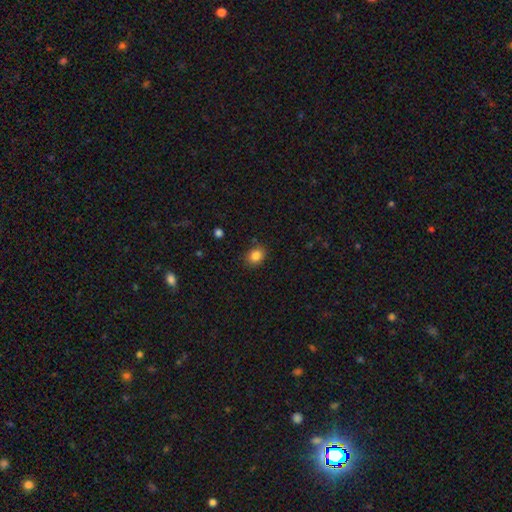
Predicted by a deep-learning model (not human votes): smooth 84%, star or artifact 10%, featured or disk 6%. Down the decision tree: how rounded — round (57%); merging — none (84%).